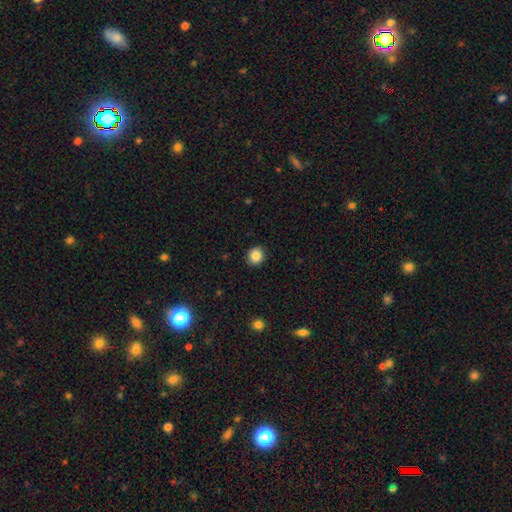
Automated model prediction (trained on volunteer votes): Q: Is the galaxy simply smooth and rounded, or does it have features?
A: smooth — 86%.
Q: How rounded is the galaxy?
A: round — 89%.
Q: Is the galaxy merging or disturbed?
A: none — 92%.